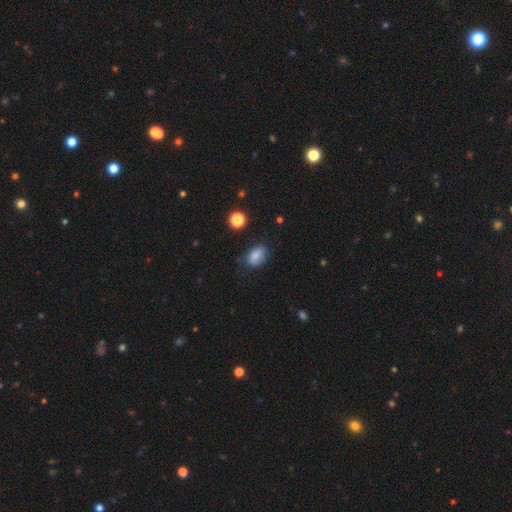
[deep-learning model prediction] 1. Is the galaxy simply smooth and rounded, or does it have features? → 80% smooth, 10% featured or disk, 10% star or artifact.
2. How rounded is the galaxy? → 85% in between, 13% round, 2% cigar-shaped.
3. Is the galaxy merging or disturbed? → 70% none, 23% minor disturbance, 6% major disturbance, 2% merger.